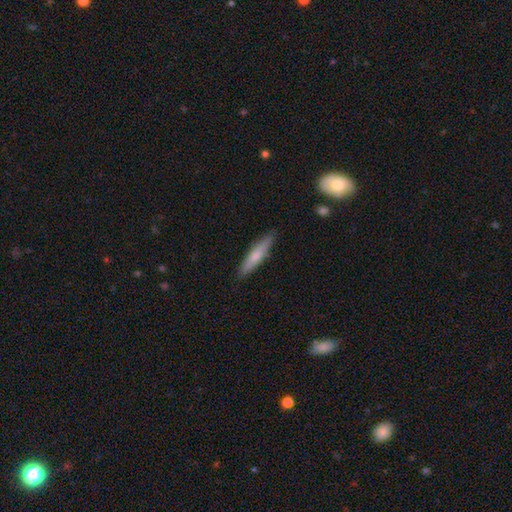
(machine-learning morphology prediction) Smooth or featured? Predicted: smooth (p=0.64). How rounded? Predicted: cigar-shaped (p=0.87). Merging? Predicted: none (p=0.88).